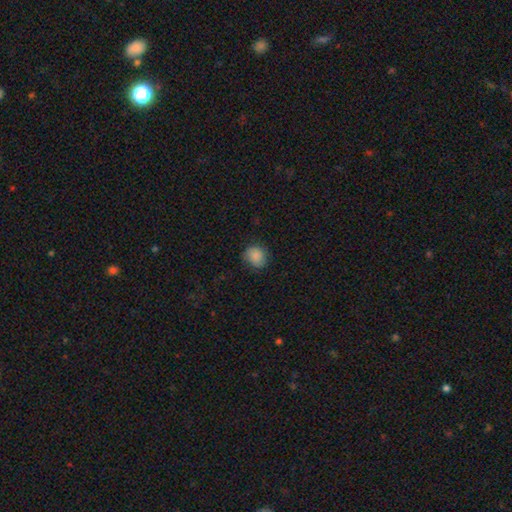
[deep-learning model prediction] Smooth or featured? smooth (86%)
How rounded? round (77%)
Merging? none (77%)